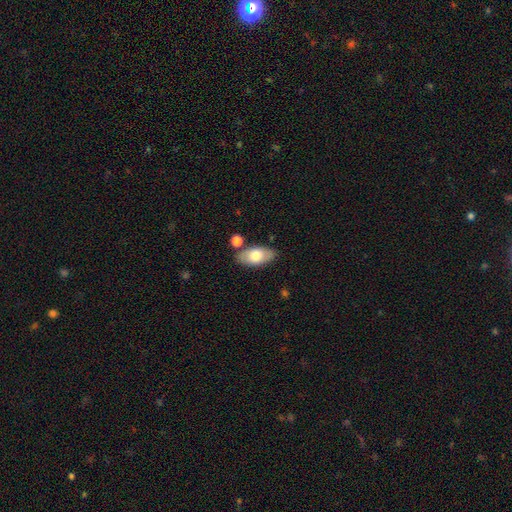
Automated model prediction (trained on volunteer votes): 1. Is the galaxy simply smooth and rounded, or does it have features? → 71% smooth, 23% featured or disk, 6% star or artifact.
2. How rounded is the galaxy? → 92% in between, 4% cigar-shaped, 4% round.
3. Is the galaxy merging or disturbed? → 77% none, 13% minor disturbance, 7% merger, 3% major disturbance.